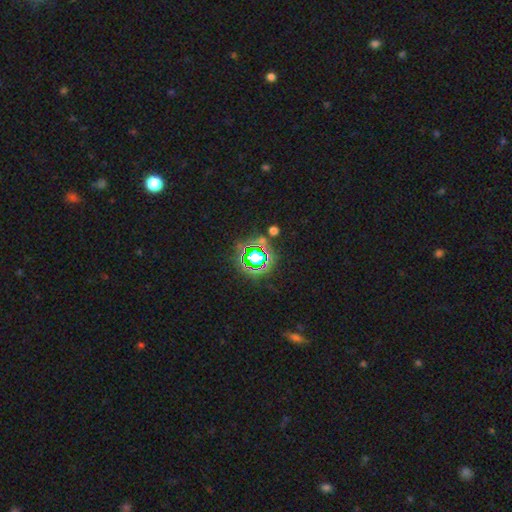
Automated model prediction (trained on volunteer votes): Smooth or featured? Predicted: star or artifact (p=0.75).